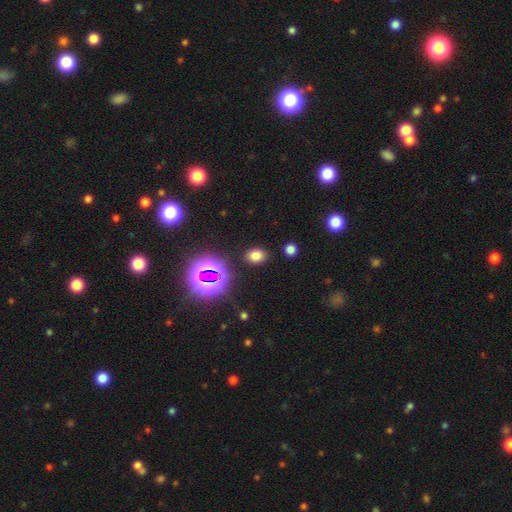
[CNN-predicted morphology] Smooth or featured?
  - smooth: 72% *
  - star or artifact: 22%
  - featured or disk: 6%
How rounded?
  - in between: 65% *
  - round: 34%
  - cigar-shaped: 1%
Merging?
  - none: 87% *
  - minor disturbance: 8%
  - major disturbance: 3%
  - merger: 2%